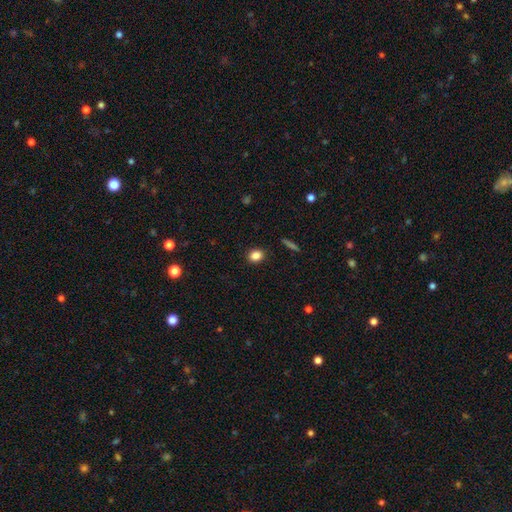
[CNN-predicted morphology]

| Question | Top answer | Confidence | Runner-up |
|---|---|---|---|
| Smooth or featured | smooth | 84% | star or artifact (11%) |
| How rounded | round | 57% | in between (41%) |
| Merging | none | 90% | minor disturbance (7%) |